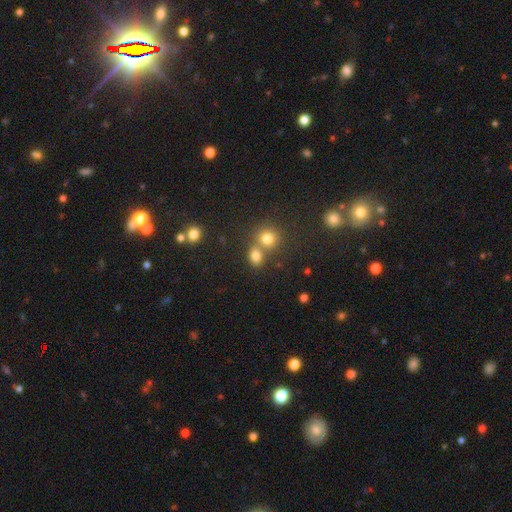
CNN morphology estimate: The model was most divided on "how rounded": round: 53%, in between: 45%, cigar-shaped: 1%. More confident: smooth or featured — smooth (78%); merging — none (50%).